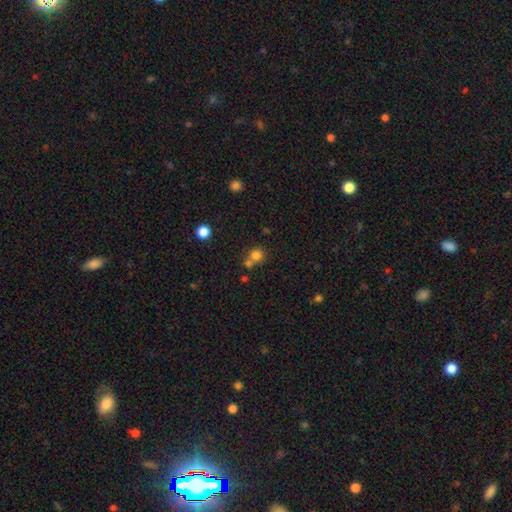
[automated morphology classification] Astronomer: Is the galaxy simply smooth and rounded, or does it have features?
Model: smooth — 77%.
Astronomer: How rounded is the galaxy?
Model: round — 88%.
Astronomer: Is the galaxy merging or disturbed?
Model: none — 53% (runner-up: merger, 36%).